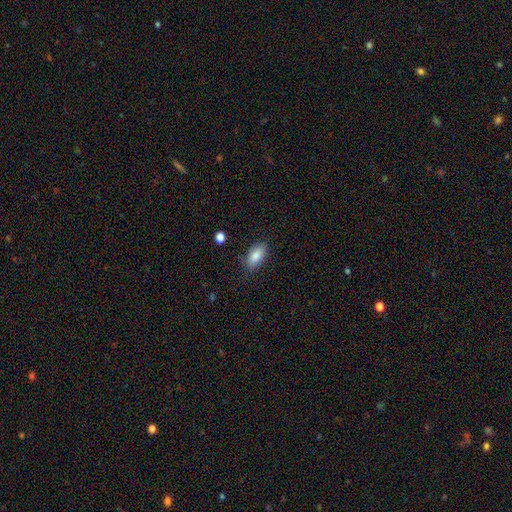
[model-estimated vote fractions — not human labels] Smooth or featured? Predicted: smooth (p=0.86). How rounded? Predicted: in between (p=0.91). Merging? Predicted: none (p=0.81).